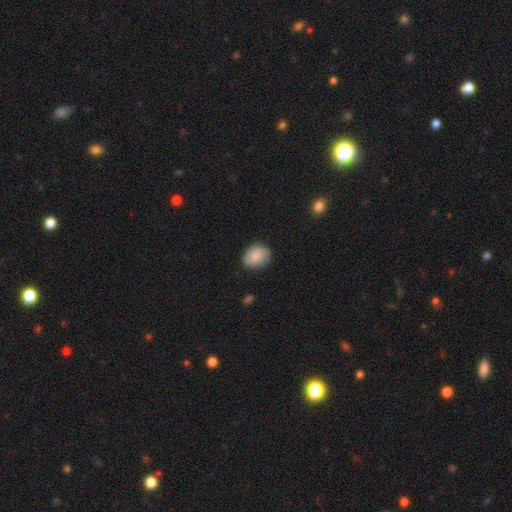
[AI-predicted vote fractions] Smooth or featured: smooth — 78% (featured or disk — 15%)
How rounded: in between — 61% (round — 38%)
Merging: none — 75% (minor disturbance — 19%)